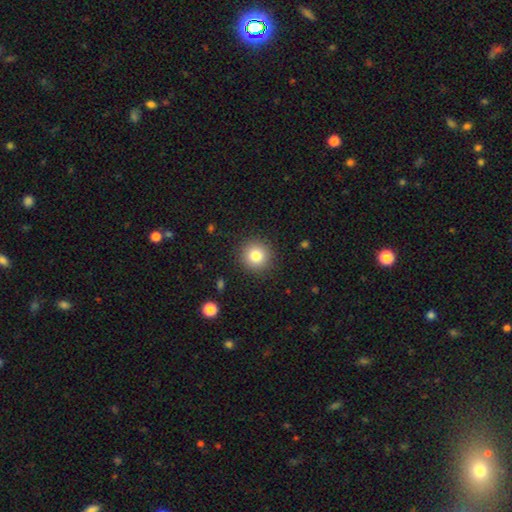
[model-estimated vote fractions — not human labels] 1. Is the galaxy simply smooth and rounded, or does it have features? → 80% smooth, 11% star or artifact, 8% featured or disk.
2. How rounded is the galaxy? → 94% round, 5% in between, 1% cigar-shaped.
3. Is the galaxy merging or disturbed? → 90% none, 6% minor disturbance, 2% major disturbance, 1% merger.